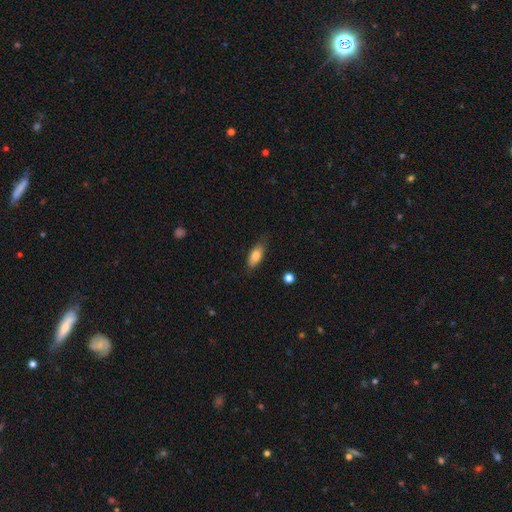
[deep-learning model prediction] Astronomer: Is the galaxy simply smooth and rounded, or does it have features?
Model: smooth — 79%.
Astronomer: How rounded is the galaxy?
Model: in between — 80%.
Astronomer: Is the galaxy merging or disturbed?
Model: none — 77%.